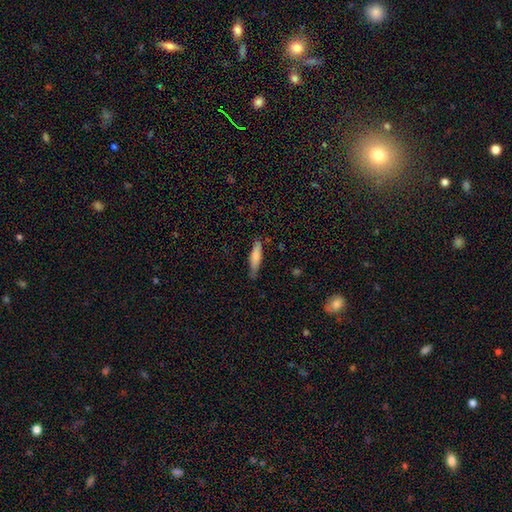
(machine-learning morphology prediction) This is likely a smooth galaxy (77%). How rounded: likely cigar-shaped (76%). Merging: likely none (77%).